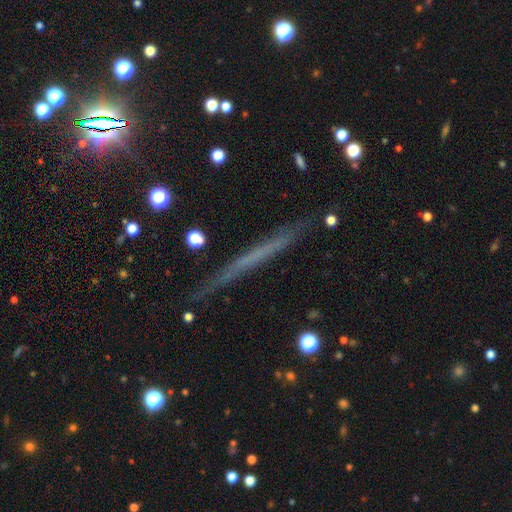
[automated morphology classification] Smooth or featured? Predicted: featured or disk (p=0.49). Merging? Predicted: none (p=0.86).